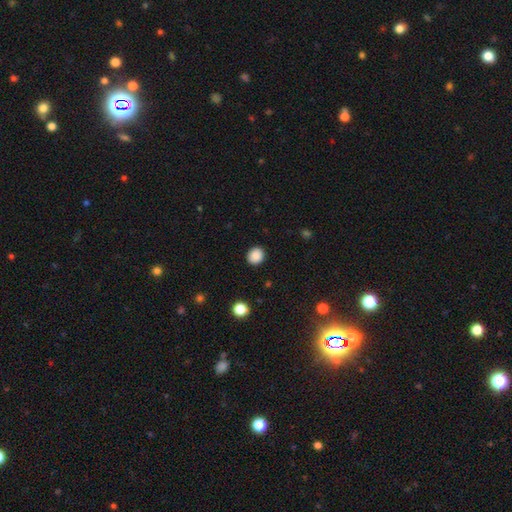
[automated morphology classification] Smooth or featured? Predicted: smooth (p=0.88). How rounded? Predicted: round (p=0.79). Merging? Predicted: none (p=0.91).